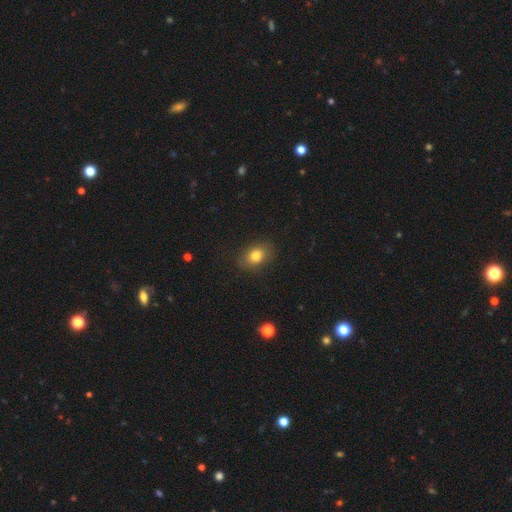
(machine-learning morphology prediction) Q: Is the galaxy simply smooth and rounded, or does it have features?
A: smooth — 79%.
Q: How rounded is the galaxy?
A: in between — 68%.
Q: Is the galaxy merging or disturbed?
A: none — 83%.